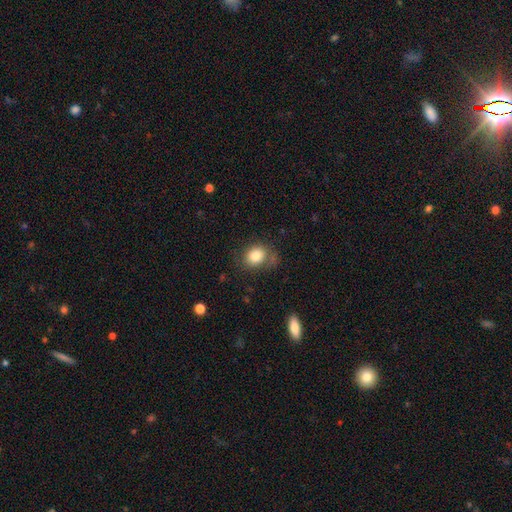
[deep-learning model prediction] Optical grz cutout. It shows a smooth galaxy with no disk features (83%) that is round (52%). Merging: none (68%).